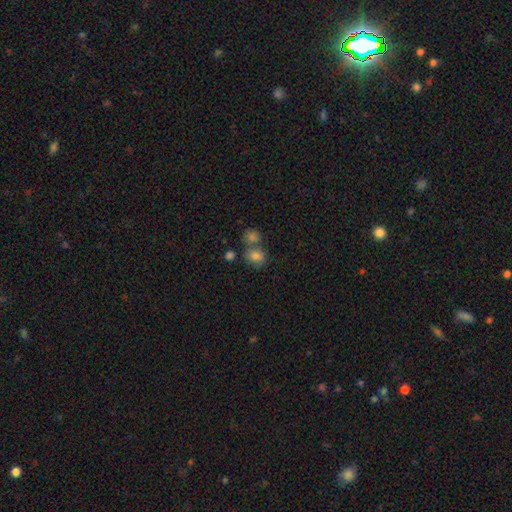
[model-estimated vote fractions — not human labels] This appears to be a smooth galaxy with no disk features (80%) that is round (55%). Merging: none (48%).